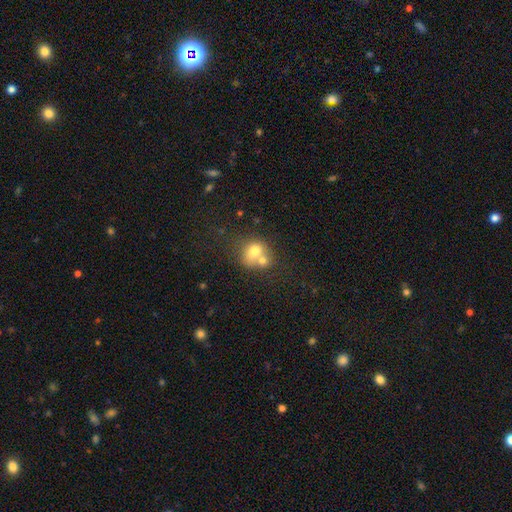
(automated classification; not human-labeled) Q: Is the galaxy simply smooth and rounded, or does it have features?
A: smooth — 67%.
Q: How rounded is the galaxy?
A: round — 71%.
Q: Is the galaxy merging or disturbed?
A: merger — 51%.